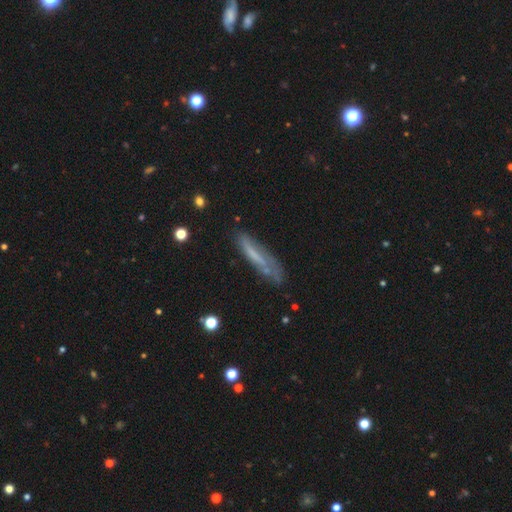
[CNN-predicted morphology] Smooth or featured? smooth (49%)
Merging? none (61%)